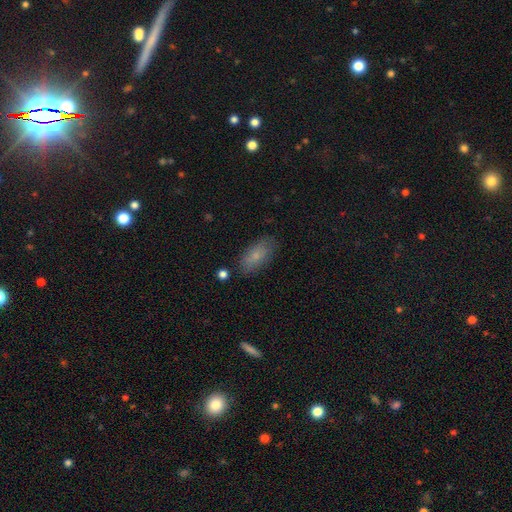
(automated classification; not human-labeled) Q: Smooth or featured?
A: smooth (77%); runner-up: featured or disk (15%)
Q: How rounded?
A: in between (88%); runner-up: cigar-shaped (8%)
Q: Merging?
A: none (79%); runner-up: minor disturbance (15%)